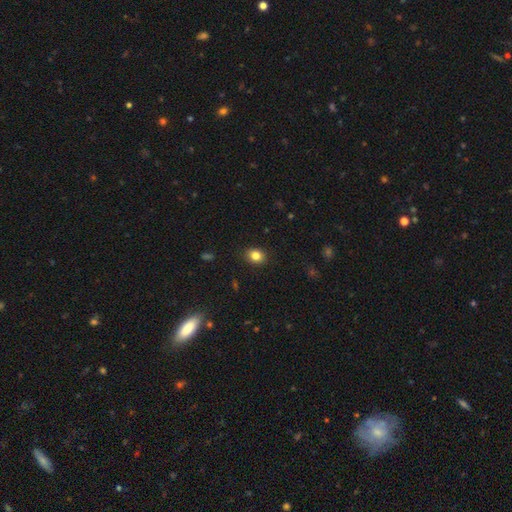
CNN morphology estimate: This is clearly a smooth galaxy (83%). How rounded: possibly round (54%). Merging: clearly none (89%).